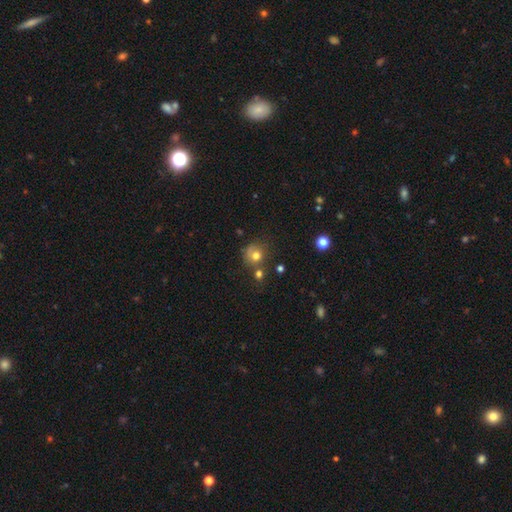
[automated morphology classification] Smooth or featured: smooth — 73% (star or artifact — 14%)
How rounded: round — 82% (in between — 17%)
Merging: none — 51% (minor disturbance — 20%)